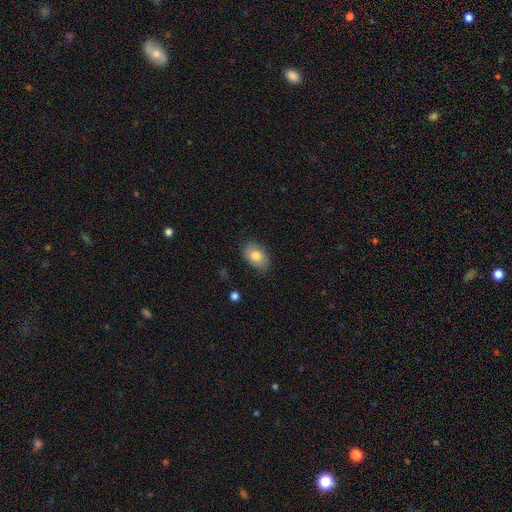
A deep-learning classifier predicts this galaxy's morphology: smooth-or-featured: smooth: 79% | featured or disk: 13% | star or artifact: 8%
  how-rounded: in between: 85% | round: 14% | cigar-shaped: 1%
  merging: none: 77% | minor disturbance: 18% | major disturbance: 3% | merger: 1%